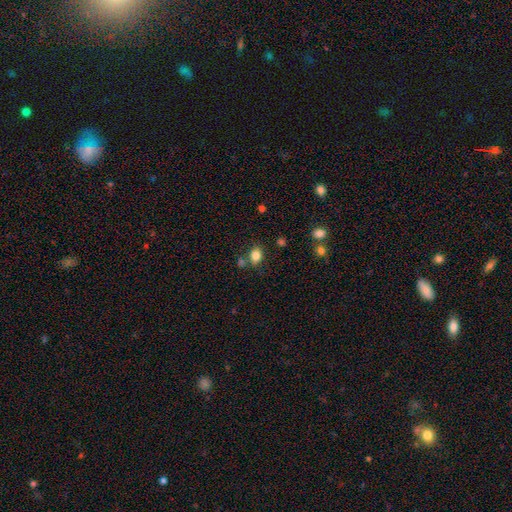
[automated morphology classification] A smooth galaxy with no disk features (82%) that is in between round and cigar-shaped (57%). Merging: none (70%).